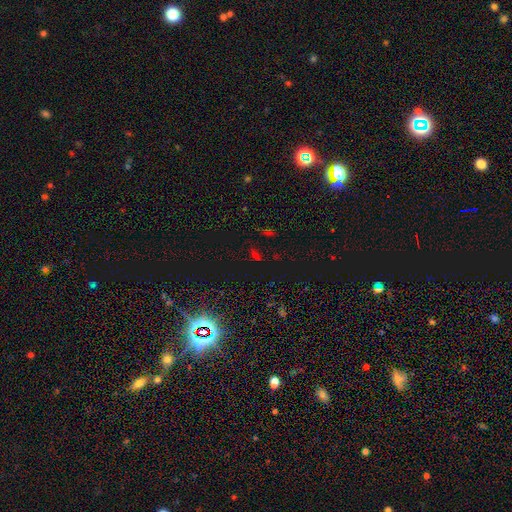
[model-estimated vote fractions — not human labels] Overall: star or artifact (59%; smooth 31%).